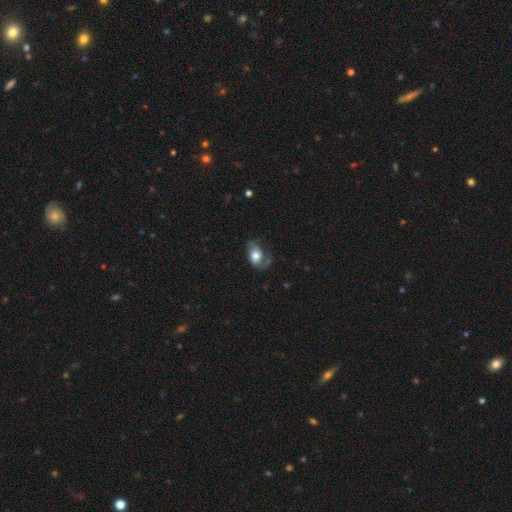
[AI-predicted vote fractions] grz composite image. It shows a smooth galaxy with no disk features (64%) that is in between round and cigar-shaped (79%). Merging: none (36%).